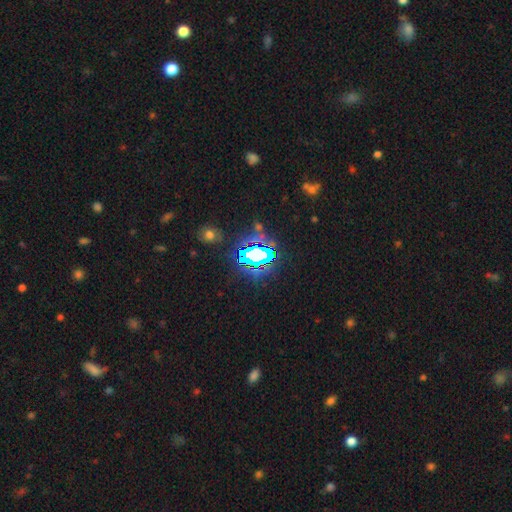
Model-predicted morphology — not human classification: The model was most divided on "smooth or featured": star or artifact: 70%, smooth: 16%, featured or disk: 14%.